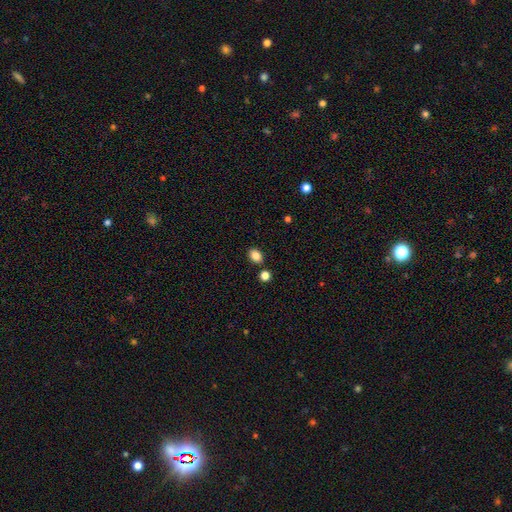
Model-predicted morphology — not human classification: The model was most divided on "how rounded": in between: 72%, round: 27%, cigar-shaped: 1%. More confident: smooth or featured — smooth (85%); merging — none (82%).